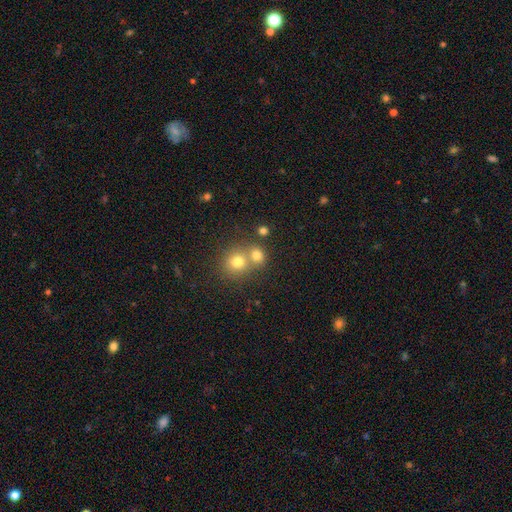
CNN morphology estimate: Smooth or featured: smooth — 71% (star or artifact — 17%)
How rounded: round — 82% (in between — 17%)
Merging: merger — 46% (none — 45%)